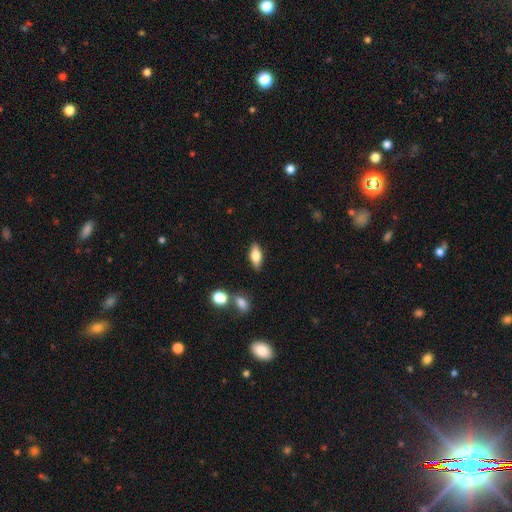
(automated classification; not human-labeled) This is likely a smooth galaxy (74%). How rounded: clearly in between (81%). Merging: clearly none (84%).